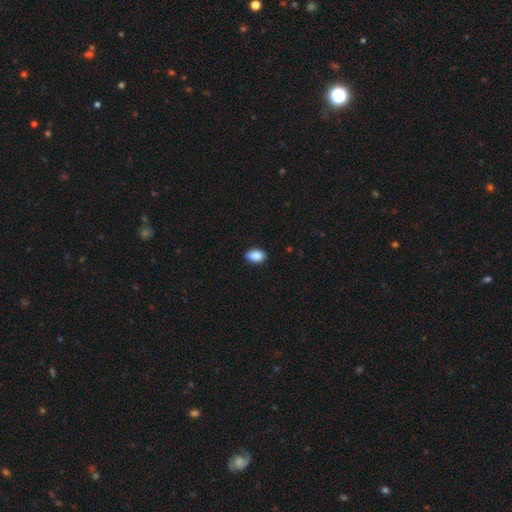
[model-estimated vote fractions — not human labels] Morphology: type=smooth (89%); roundness=in between (90%); merging=none (87%).